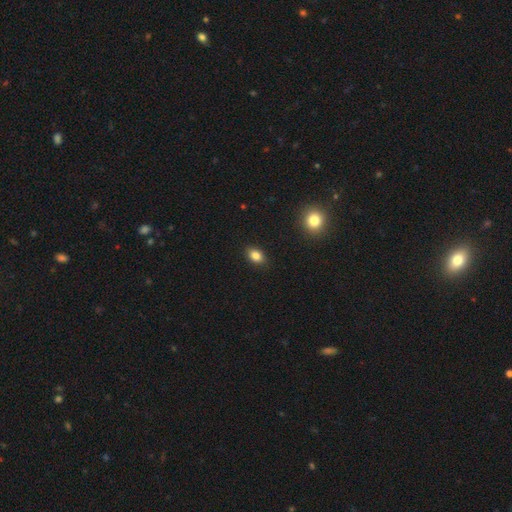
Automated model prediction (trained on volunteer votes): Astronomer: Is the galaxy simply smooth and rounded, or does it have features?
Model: smooth — 84%.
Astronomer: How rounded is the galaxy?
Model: in between — 81%.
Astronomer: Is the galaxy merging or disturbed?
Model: none — 89%.